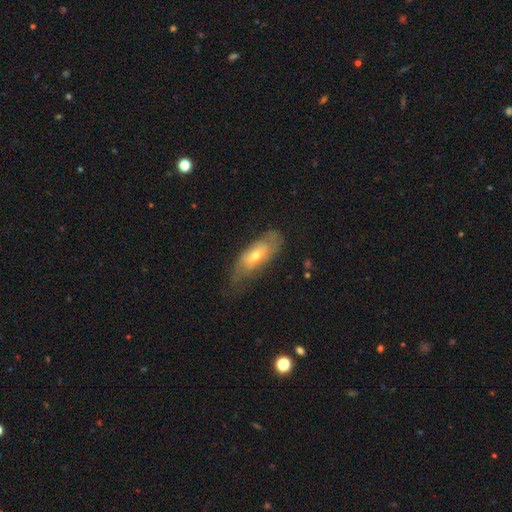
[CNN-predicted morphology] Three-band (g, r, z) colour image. It shows a smooth galaxy with no disk features (47%). Merging: none (57%).